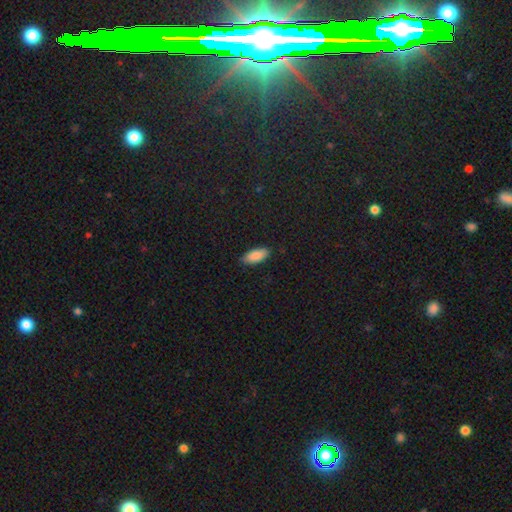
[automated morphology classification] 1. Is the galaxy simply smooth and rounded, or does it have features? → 88% smooth, 6% star or artifact, 5% featured or disk.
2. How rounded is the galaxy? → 85% in between, 14% cigar-shaped, 2% round.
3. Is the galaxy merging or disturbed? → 87% none, 10% minor disturbance, 2% major disturbance, 1% merger.